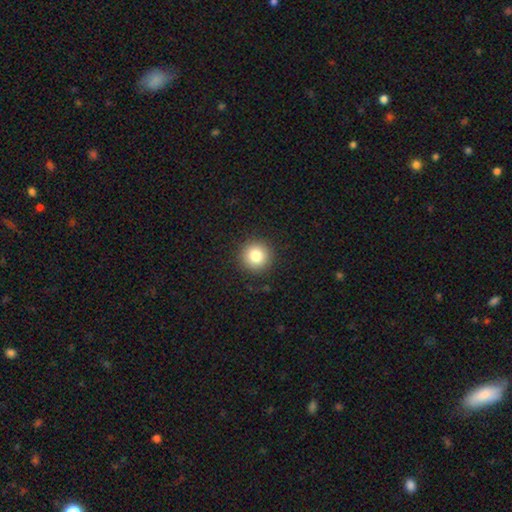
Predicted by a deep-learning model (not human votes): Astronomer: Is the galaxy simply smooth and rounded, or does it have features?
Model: smooth — 81%.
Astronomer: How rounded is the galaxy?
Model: round — 95%.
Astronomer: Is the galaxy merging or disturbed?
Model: none — 91%.